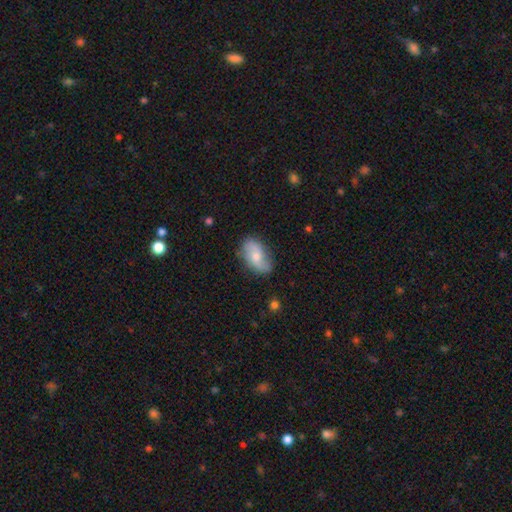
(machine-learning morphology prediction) Overall: featured or disk (51%; smooth 43%). Edge-on disk: no (94%). Merging: none (74%).